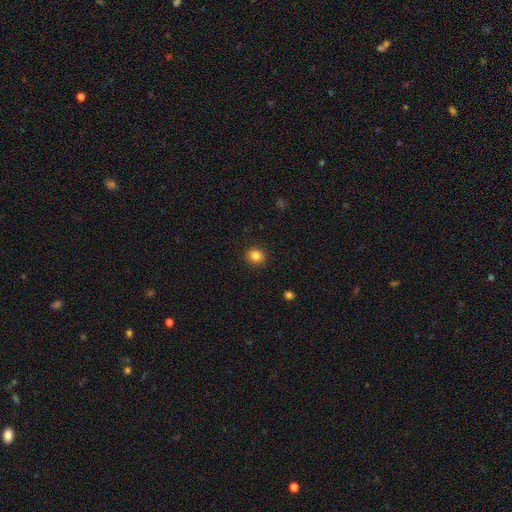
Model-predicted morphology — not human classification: This appears to be a smooth galaxy with no disk features (84%) that is round (86%). Merging: none (92%).